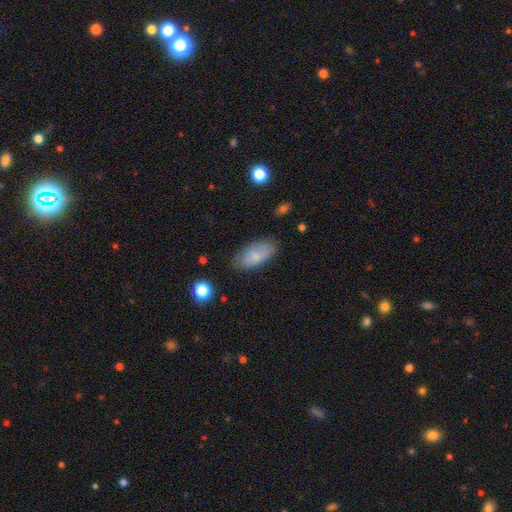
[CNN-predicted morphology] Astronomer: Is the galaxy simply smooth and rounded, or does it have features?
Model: smooth — 78%.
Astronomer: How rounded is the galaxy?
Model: in between — 90%.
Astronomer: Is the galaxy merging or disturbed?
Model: none — 77%.